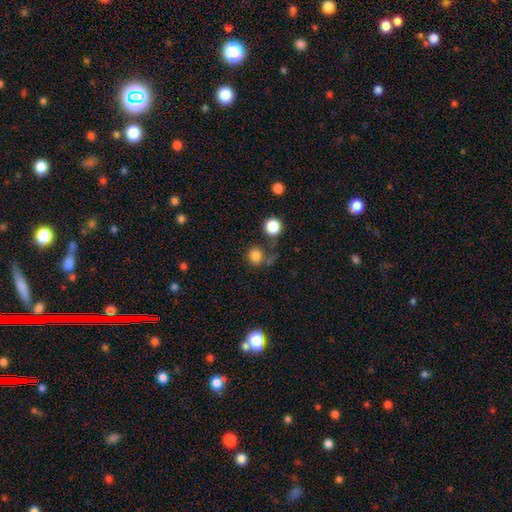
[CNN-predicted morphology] Smooth or featured? smooth (80%)
How rounded? round (84%)
Merging? none (59%)